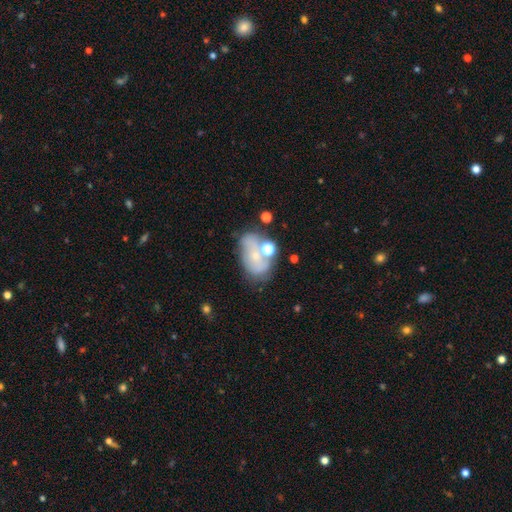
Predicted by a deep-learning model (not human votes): Smooth or featured?
  - smooth: 44% *
  - featured or disk: 41%
  - star or artifact: 15%
Merging?
  - none: 42% *
  - merger: 23%
  - minor disturbance: 21%
  - major disturbance: 14%